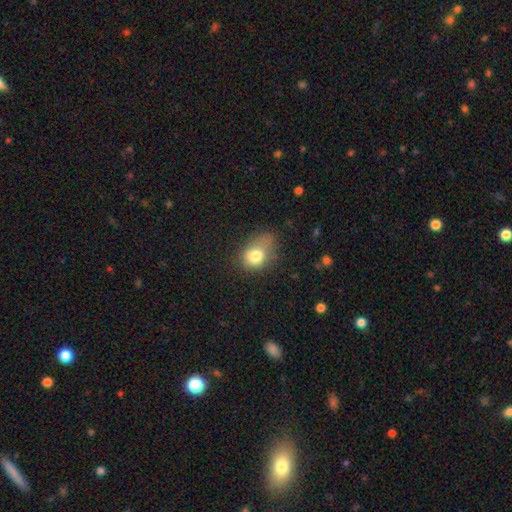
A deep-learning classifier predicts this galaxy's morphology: Smooth or featured: smooth — 77% (featured or disk — 12%)
How rounded: in between — 61% (round — 38%)
Merging: minor disturbance — 37% (none — 36%)